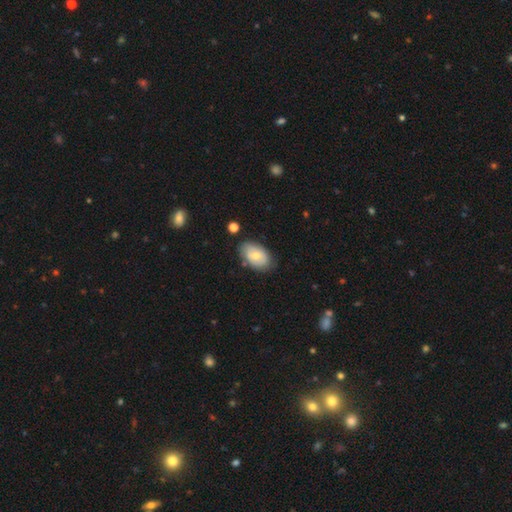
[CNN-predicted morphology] Smooth or featured: smooth — 63% (featured or disk — 30%)
How rounded: in between — 91% (round — 8%)
Merging: none — 74% (minor disturbance — 19%)